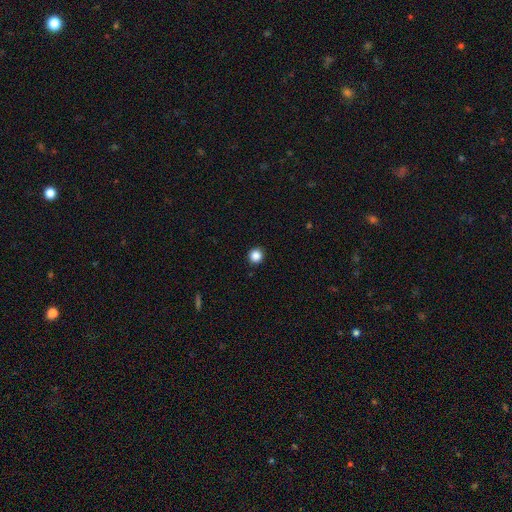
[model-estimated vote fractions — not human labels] smooth-or-featured: smooth: 86% | star or artifact: 11% | featured or disk: 3%
  how-rounded: round: 94% | in between: 5% | cigar-shaped: 1%
  merging: none: 93% | minor disturbance: 5% | major disturbance: 2% | merger: 1%